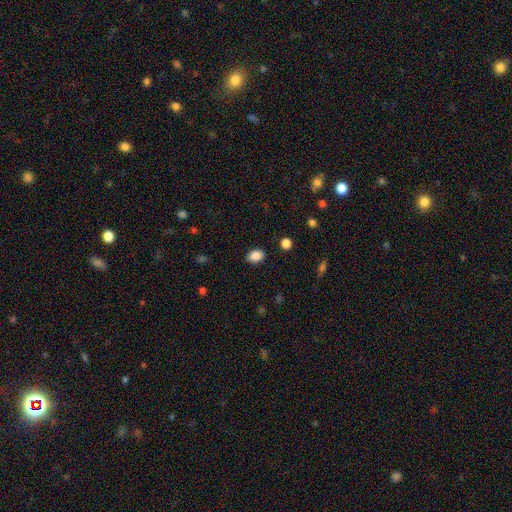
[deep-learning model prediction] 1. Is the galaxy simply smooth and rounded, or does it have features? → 88% smooth, 8% star or artifact, 4% featured or disk.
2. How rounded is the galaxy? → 80% in between, 19% round, 1% cigar-shaped.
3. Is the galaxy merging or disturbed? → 87% none, 9% minor disturbance, 2% major disturbance, 1% merger.